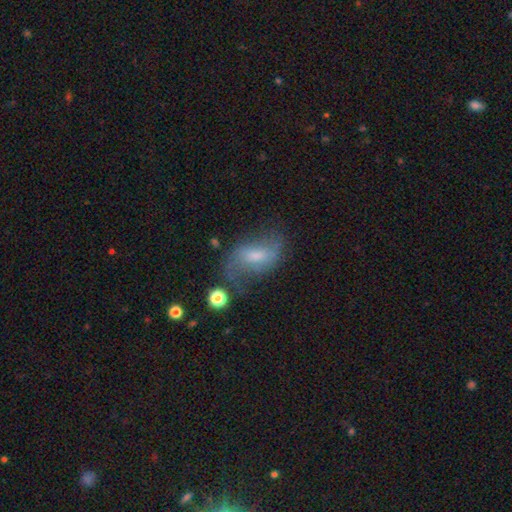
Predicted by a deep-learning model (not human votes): Q: Smooth or featured?
A: featured or disk (58%); runner-up: smooth (32%)
Q: Edge-on disk?
A: no (93%); runner-up: yes (7%)
Q: Bar?
A: weak (49%); runner-up: no (30%)
Q: Spiral arms?
A: yes (82%); runner-up: no (18%)
Q: Bulge size?
A: moderate (40%); runner-up: small (35%)
Q: Merging?
A: none (51%); runner-up: minor disturbance (25%)